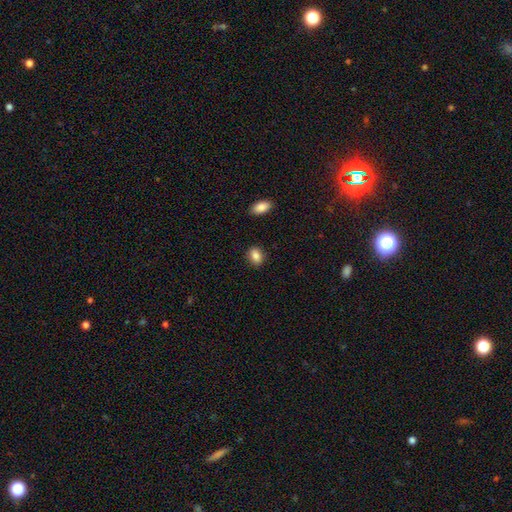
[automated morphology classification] Smooth or featured: smooth — 86% (star or artifact — 8%)
How rounded: in between — 70% (round — 29%)
Merging: none — 88% (minor disturbance — 9%)